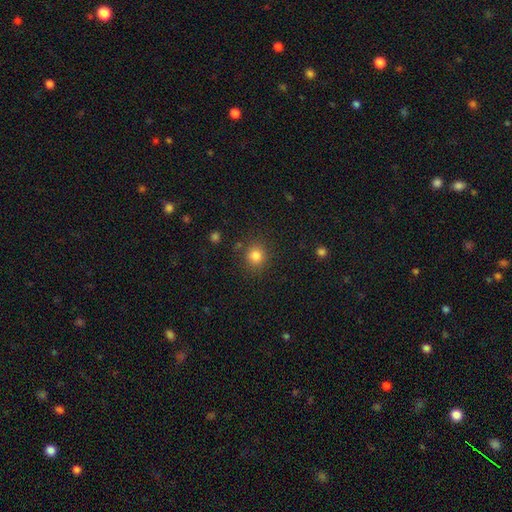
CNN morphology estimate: Smooth or featured? Predicted: smooth (p=0.82). How rounded? Predicted: round (p=0.87). Merging? Predicted: none (p=0.84).